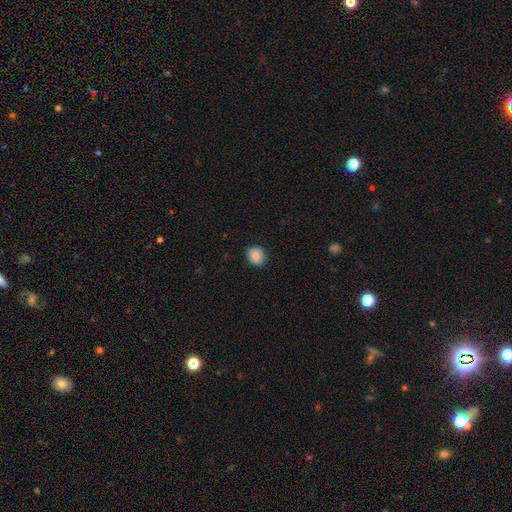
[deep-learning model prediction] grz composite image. It shows a smooth galaxy with no disk features (85%) that is round (71%). Merging: none (89%).